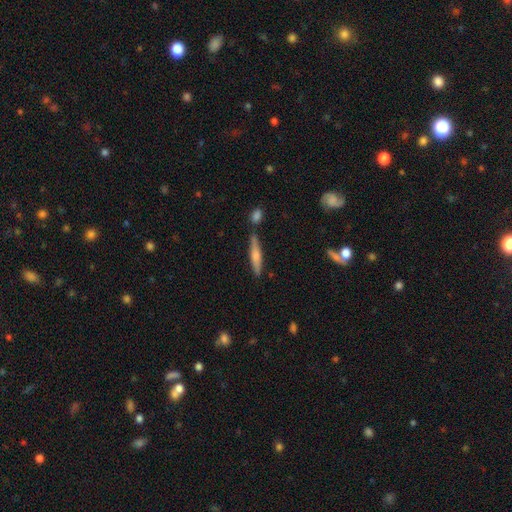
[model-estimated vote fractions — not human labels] smooth_or_featured: smooth (p=0.58) [alt: featured or disk p=0.36]
how_rounded: cigar-shaped (p=0.89) [alt: in between p=0.10]
merging: none (p=0.75) [alt: minor disturbance p=0.12]